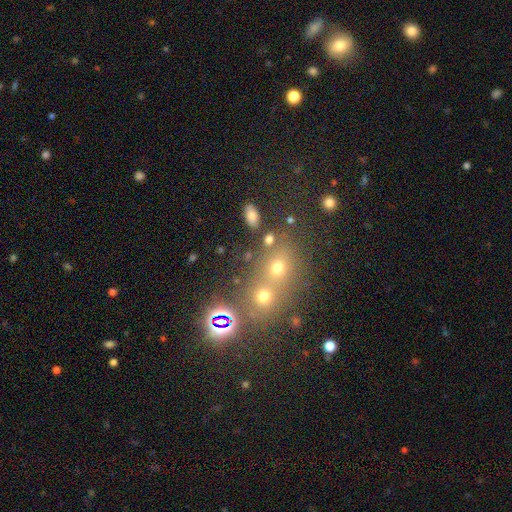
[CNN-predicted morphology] Overall: star or artifact (44%; smooth 42%).